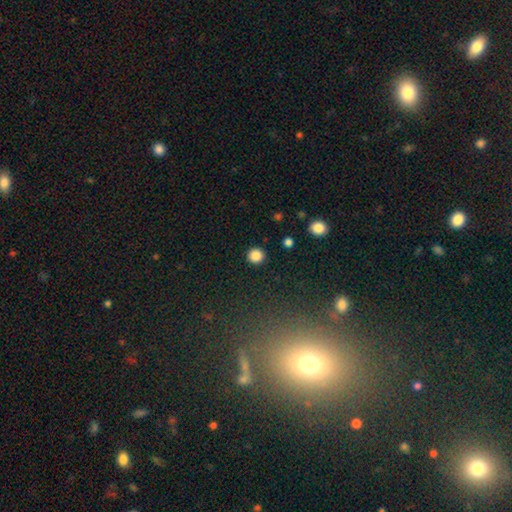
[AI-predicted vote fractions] Smooth or featured? Predicted: smooth (p=0.86). How rounded? Predicted: round (p=0.93). Merging? Predicted: none (p=0.92).